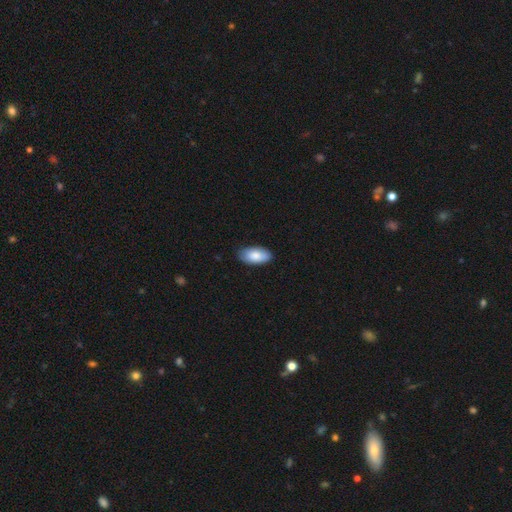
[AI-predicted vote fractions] smooth 86%, featured or disk 9%, star or artifact 6%. Down the decision tree: how rounded — in between (95%); merging — none (84%).